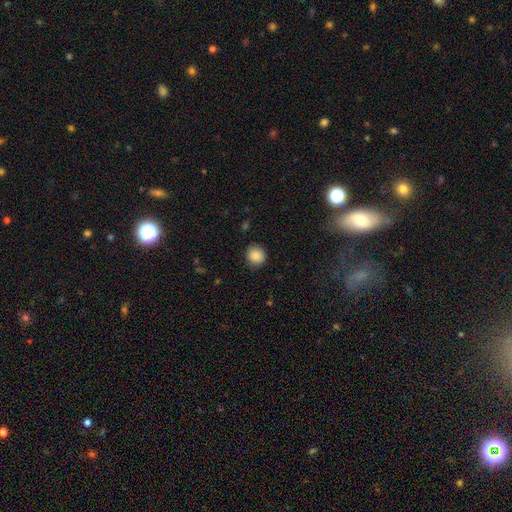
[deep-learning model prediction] smooth_or_featured: smooth (p=0.88) [alt: star or artifact p=0.09]
how_rounded: round (p=0.86) [alt: in between p=0.13]
merging: none (p=0.88) [alt: minor disturbance p=0.09]